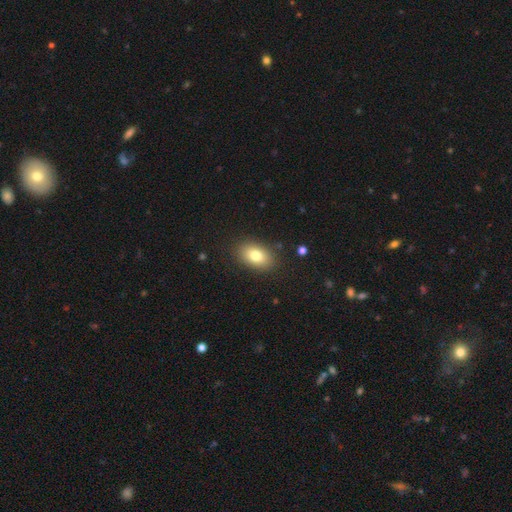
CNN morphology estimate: smooth 79%, featured or disk 12%, star or artifact 9%. Down the decision tree: how rounded — in between (87%); merging — none (86%).